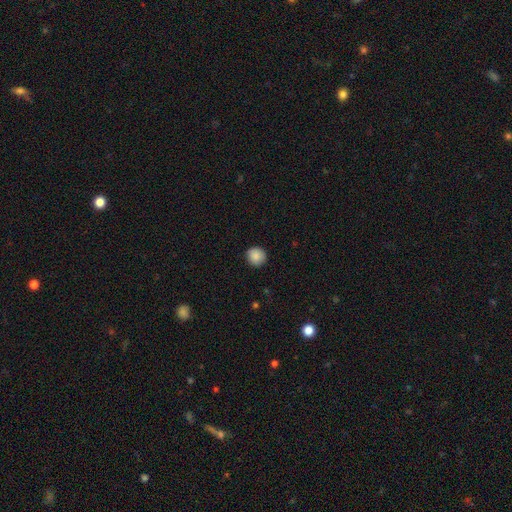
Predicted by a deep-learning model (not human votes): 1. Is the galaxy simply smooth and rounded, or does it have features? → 88% smooth, 8% star or artifact, 4% featured or disk.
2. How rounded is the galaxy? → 94% round, 5% in between, 1% cigar-shaped.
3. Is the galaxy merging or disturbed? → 91% none, 7% minor disturbance, 2% major disturbance, 1% merger.